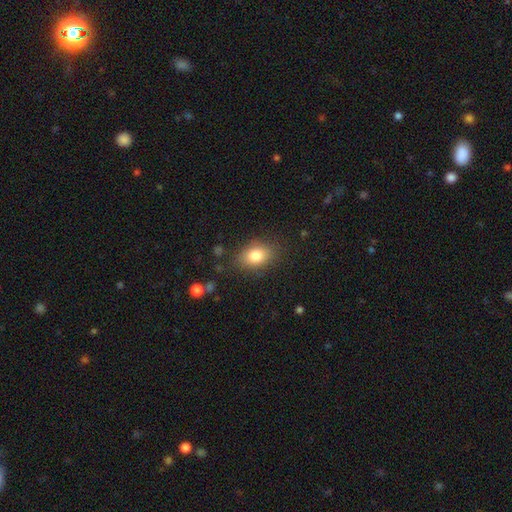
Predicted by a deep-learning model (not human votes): This appears to be a smooth galaxy with no disk features (81%) that is in between round and cigar-shaped (77%). Merging: none (82%).